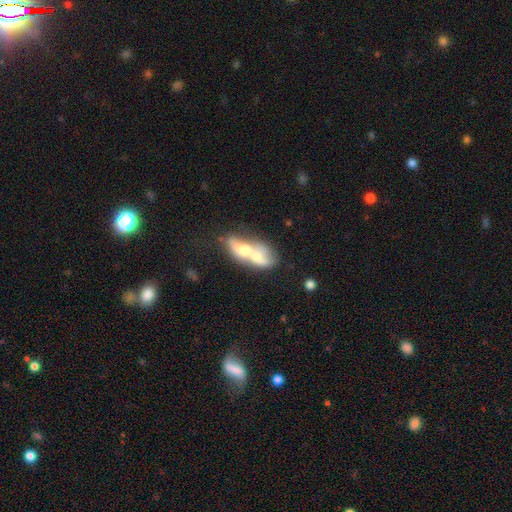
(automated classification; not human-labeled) Morphology: type=featured or disk (48%); merging=merger (73%).